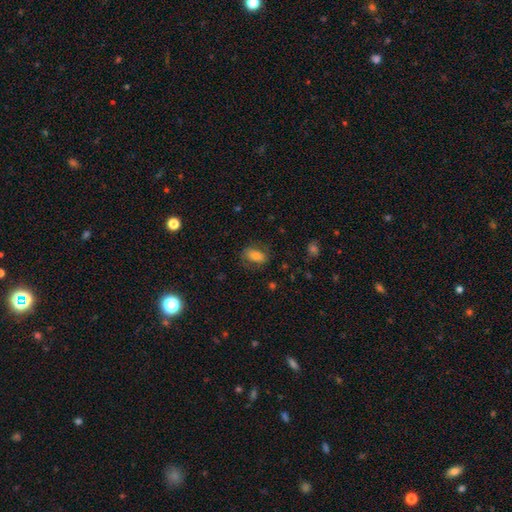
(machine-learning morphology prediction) This appears to be a smooth galaxy with no disk features (75%) that is in between round and cigar-shaped (88%). Merging: none (74%).